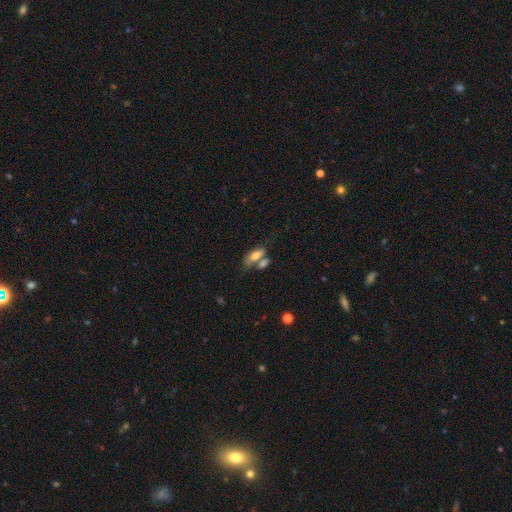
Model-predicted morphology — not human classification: Smooth or featured?
  - smooth: 67% *
  - featured or disk: 25%
  - star or artifact: 8%
How rounded?
  - in between: 82% *
  - cigar-shaped: 13%
  - round: 5%
Merging?
  - merger: 39% * (tied)
  - none: 39% * (tied)
  - minor disturbance: 15%
  - major disturbance: 7%